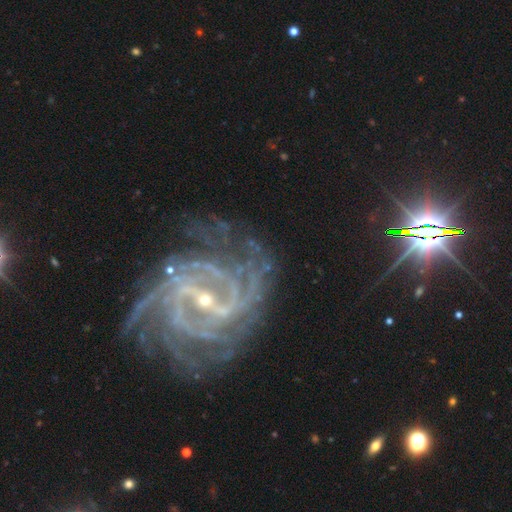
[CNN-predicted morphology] This is clearly a featured or disk galaxy (91%). It is clearly not viewed edge-on (97%). Bar: possibly strong (54%). Spiral arm pattern: clearly yes (98%). Spiral arm count: marginally 4 (23%). Spiral winding: possibly tight (51%). Central bulge: clearly small (83%). Merging: likely none (69%).